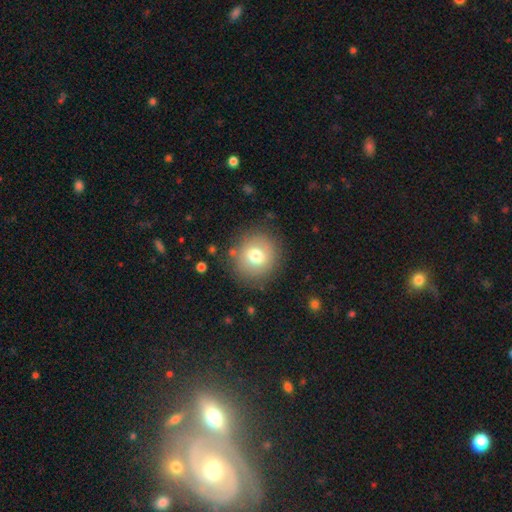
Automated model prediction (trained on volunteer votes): smooth 72%, featured or disk 17%, star or artifact 11%. Down the decision tree: how rounded — round (89%); merging — none (83%).